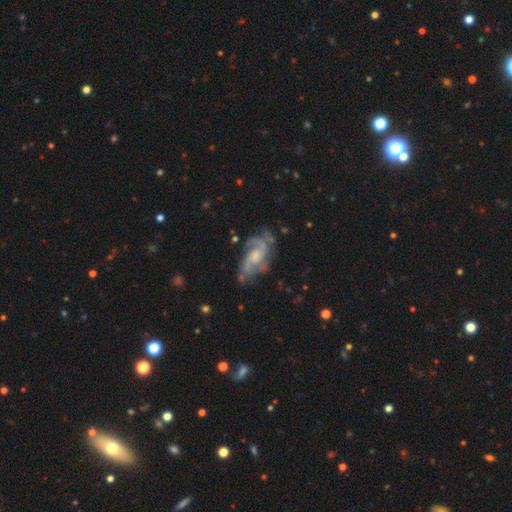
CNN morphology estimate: This appears to be a featured or disk galaxy (87%) with no bar (54%), 2 (50%) medium (52%) spiral arms (96%) and a moderate central bulge (47%). Merging: none (63%).